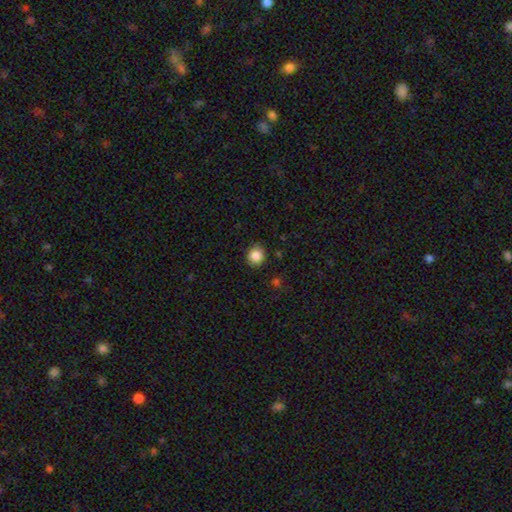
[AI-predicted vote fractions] This appears to be a smooth galaxy with no disk features (86%) that is round (87%). Merging: none (88%).